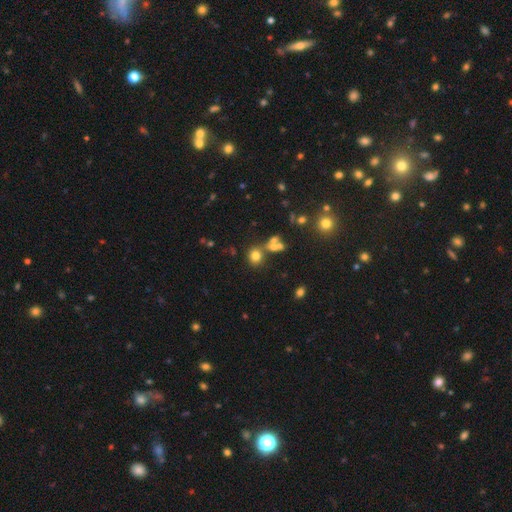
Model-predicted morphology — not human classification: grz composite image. It shows a smooth galaxy with no disk features (73%) that is round (80%). Merging: none (63%).